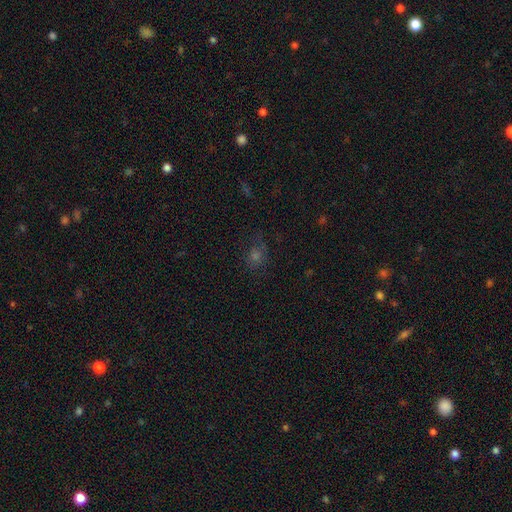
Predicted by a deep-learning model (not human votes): smooth_or_featured: smooth (p=0.45) [alt: star or artifact p=0.37]
merging: none (p=0.71) [alt: minor disturbance p=0.17]